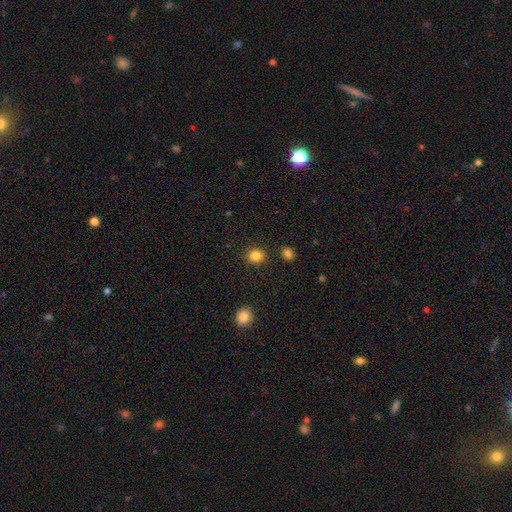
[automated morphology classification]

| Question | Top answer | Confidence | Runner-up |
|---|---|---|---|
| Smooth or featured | smooth | 85% | star or artifact (11%) |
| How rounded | round | 83% | in between (16%) |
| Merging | none | 89% | minor disturbance (6%) |